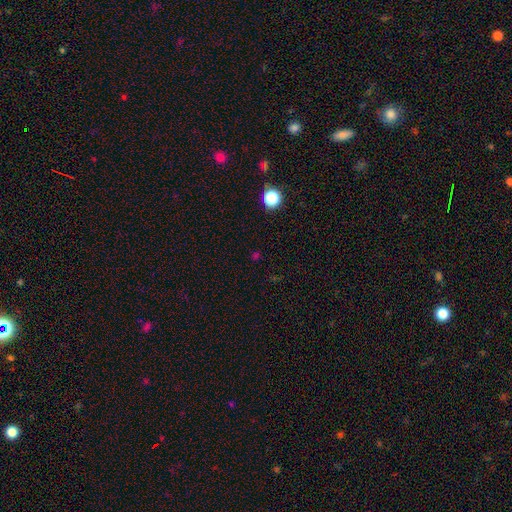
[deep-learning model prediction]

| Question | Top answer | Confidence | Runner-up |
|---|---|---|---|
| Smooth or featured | star or artifact | 54% | smooth (40%) |